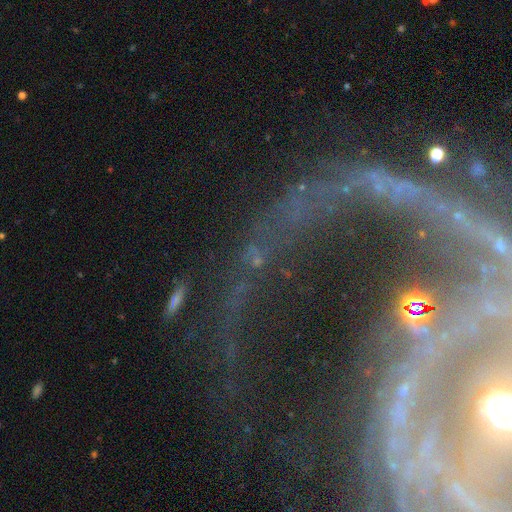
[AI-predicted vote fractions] Smooth or featured? Predicted: star or artifact (p=0.51).